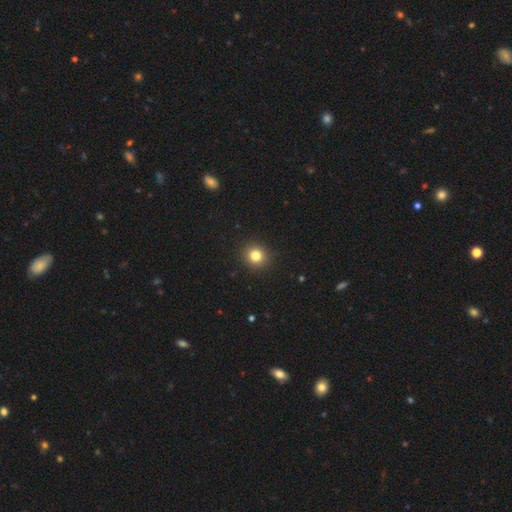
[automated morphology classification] smooth-or-featured: smooth: 82% | star or artifact: 12% | featured or disk: 6%
  how-rounded: round: 90% | in between: 9% | cigar-shaped: 1%
  merging: none: 92% | minor disturbance: 5% | major disturbance: 2% | merger: 1%